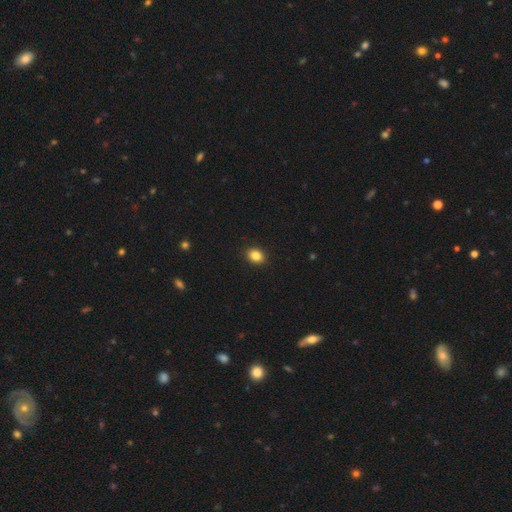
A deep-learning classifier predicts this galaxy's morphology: Smooth or featured? smooth (86%)
How rounded? in between (58%)
Merging? none (91%)